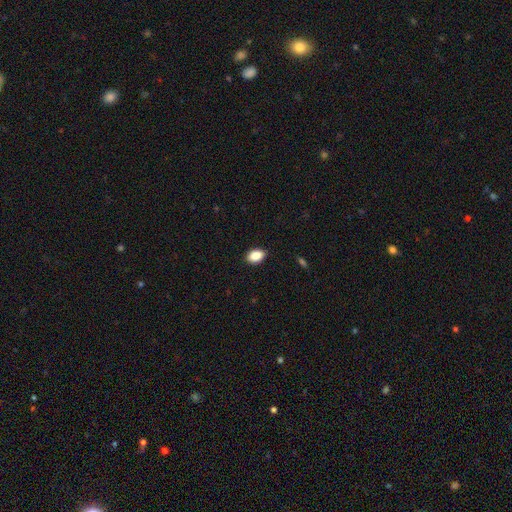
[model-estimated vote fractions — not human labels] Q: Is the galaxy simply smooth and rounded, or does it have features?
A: smooth — 88%.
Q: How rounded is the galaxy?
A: in between — 88%.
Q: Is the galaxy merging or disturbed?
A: none — 87%.